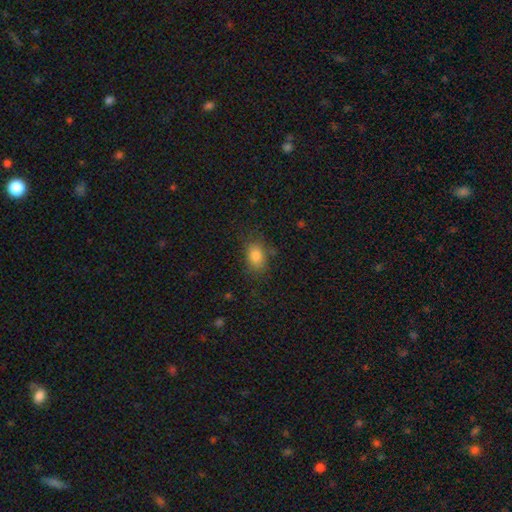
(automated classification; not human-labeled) This appears to be a smooth galaxy with no disk features (83%) that is in between round and cigar-shaped (76%). Merging: none (75%).